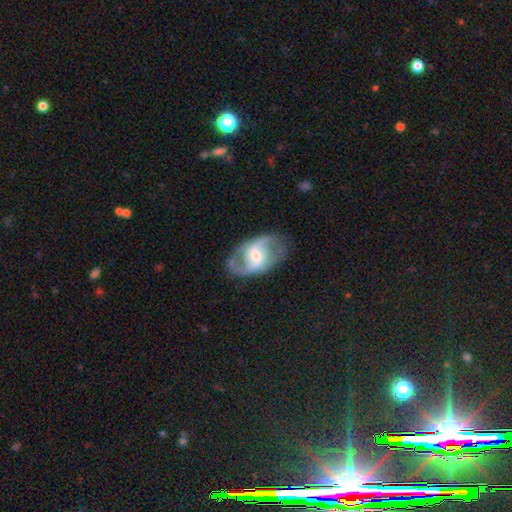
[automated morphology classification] Smooth or featured? Predicted: featured or disk (p=0.82). Edge-on disk? Predicted: no (p=0.95). Bar? Predicted: weak (p=0.45). Spiral arms? Predicted: yes (p=0.87). Spiral winding? Predicted: medium (p=0.52). Spiral arm count? Predicted: 2 (p=0.87). Bulge size? Predicted: moderate (p=0.52). Merging? Predicted: none (p=0.78).